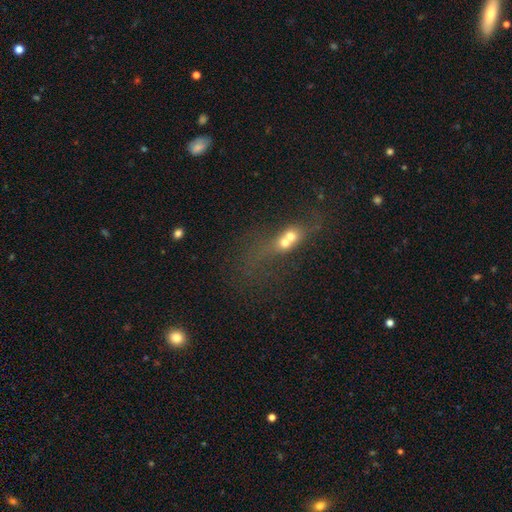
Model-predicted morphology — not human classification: A smooth galaxy with no disk features (39%). Merging: none (32%).